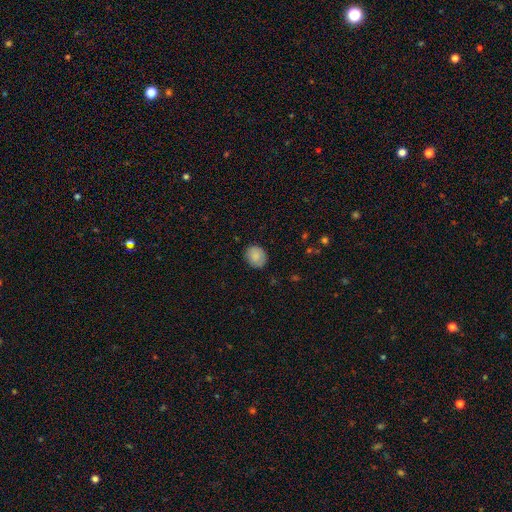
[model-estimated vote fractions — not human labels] Smooth or featured?
  - smooth: 86% *
  - star or artifact: 7%
  - featured or disk: 6%
How rounded?
  - round: 61% *
  - in between: 38%
  - cigar-shaped: 1%
Merging?
  - none: 85% *
  - minor disturbance: 12%
  - major disturbance: 2%
  - merger: 1%